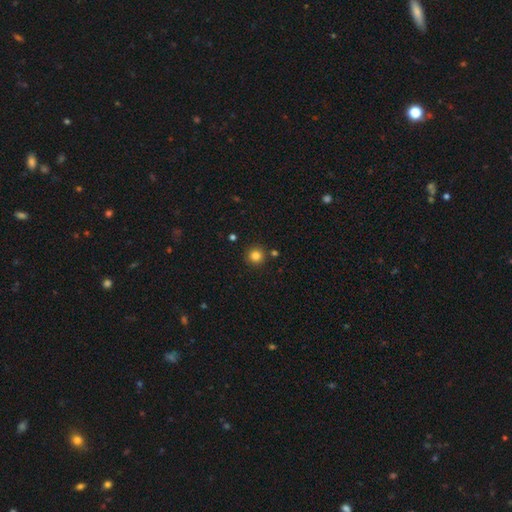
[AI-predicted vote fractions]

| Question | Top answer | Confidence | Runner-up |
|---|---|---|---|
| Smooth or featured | smooth | 83% | star or artifact (12%) |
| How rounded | round | 95% | in between (4%) |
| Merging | none | 88% | minor disturbance (6%) |